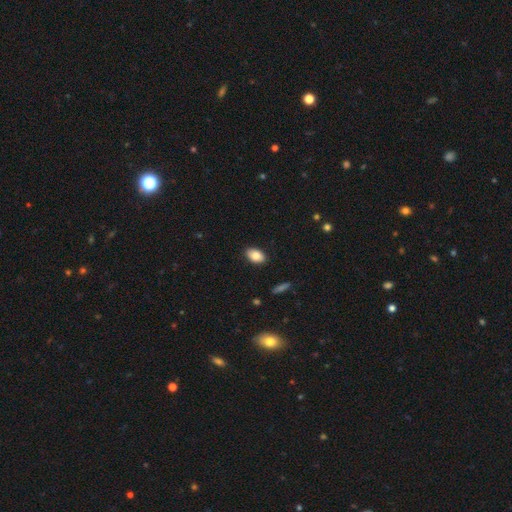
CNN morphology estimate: A smooth galaxy with no disk features (84%) that is in between round and cigar-shaped (91%). Merging: none (87%).